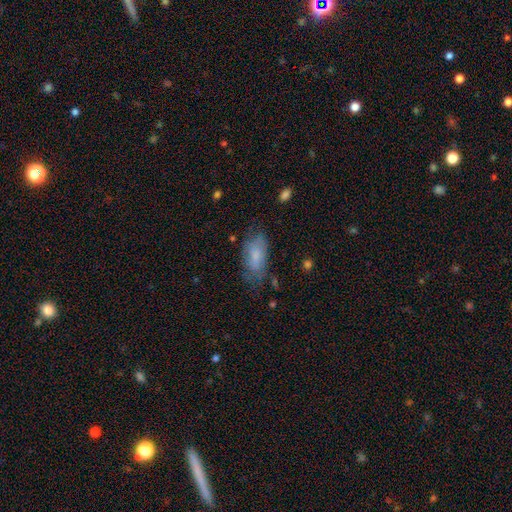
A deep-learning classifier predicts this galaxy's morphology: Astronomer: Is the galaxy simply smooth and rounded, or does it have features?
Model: smooth — 70%.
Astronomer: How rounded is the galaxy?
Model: in between — 89%.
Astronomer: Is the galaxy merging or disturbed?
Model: none — 59%.